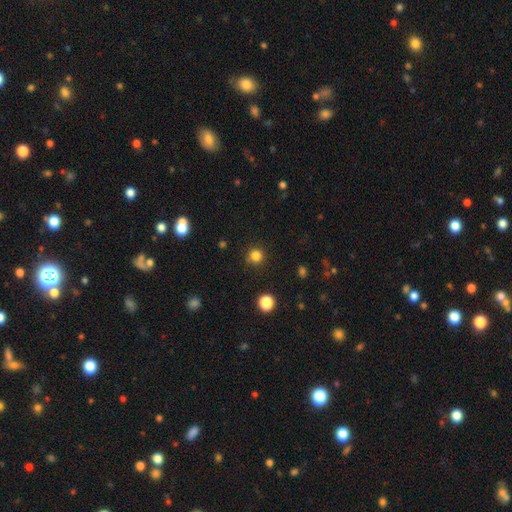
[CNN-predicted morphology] This appears to be a smooth galaxy with no disk features (82%) that is round (94%). Merging: none (87%).